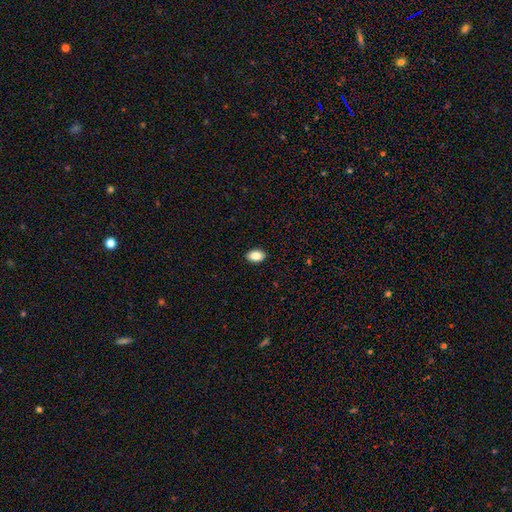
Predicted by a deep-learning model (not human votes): smooth-or-featured: smooth: 88% | star or artifact: 8% | featured or disk: 4%
  how-rounded: in between: 86% | round: 13% | cigar-shaped: 1%
  merging: none: 91% | minor disturbance: 7% | major disturbance: 2% | merger: 1%